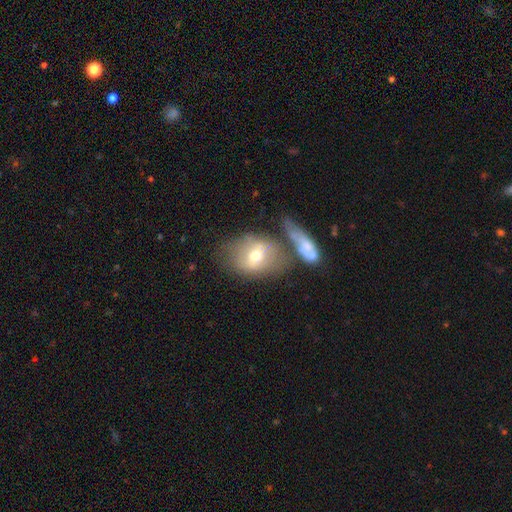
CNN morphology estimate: A smooth galaxy with no disk features (51%) that is in between round and cigar-shaped (67%). Merging: none (41%).